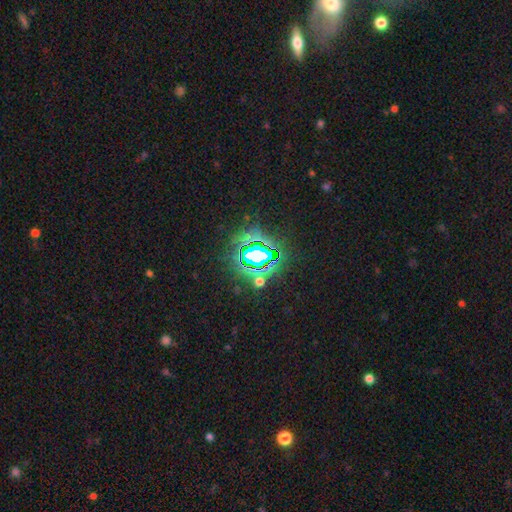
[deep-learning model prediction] Smooth or featured?
  - star or artifact: 76% *
  - smooth: 14%
  - featured or disk: 10%